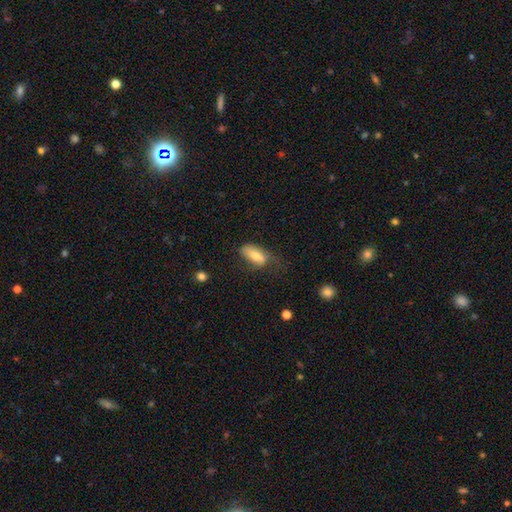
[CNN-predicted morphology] Overall: smooth (72%). How rounded: in between (83%). Merging: none (45%; minor disturbance 32%).